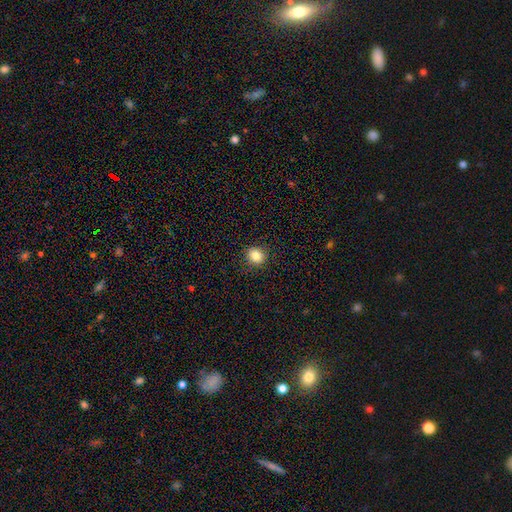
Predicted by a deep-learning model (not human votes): Overall: smooth (85%). How rounded: round (82%). Merging: none (90%).